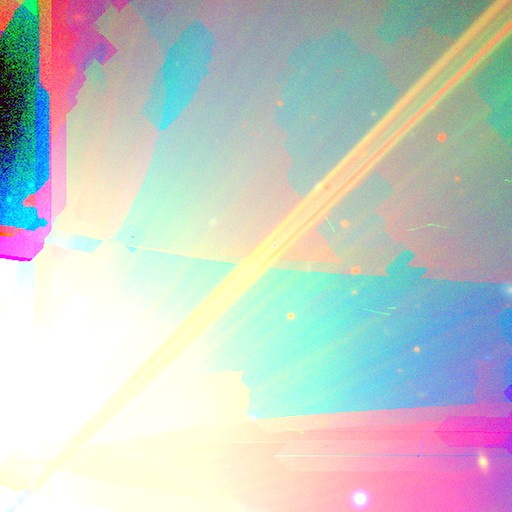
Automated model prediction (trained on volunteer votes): This appears to be a star or artifact, not a galaxy (88%).